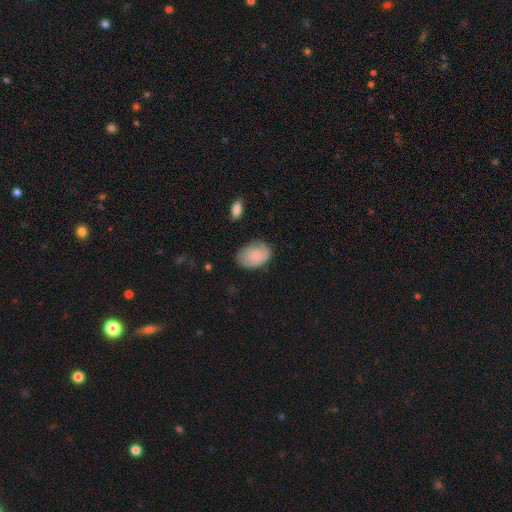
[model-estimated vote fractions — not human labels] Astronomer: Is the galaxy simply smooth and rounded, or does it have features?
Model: smooth — 81%.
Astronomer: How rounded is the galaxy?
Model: in between — 83%.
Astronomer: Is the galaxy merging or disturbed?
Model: none — 76%.